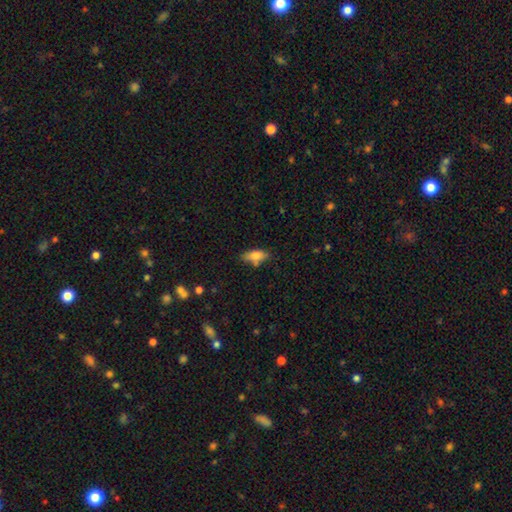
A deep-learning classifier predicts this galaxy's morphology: Smooth or featured?
  - smooth: 76% *
  - featured or disk: 17%
  - star or artifact: 8%
How rounded?
  - in between: 77% *
  - cigar-shaped: 20%
  - round: 3%
Merging?
  - none: 69% *
  - minor disturbance: 20%
  - merger: 7%
  - major disturbance: 4%